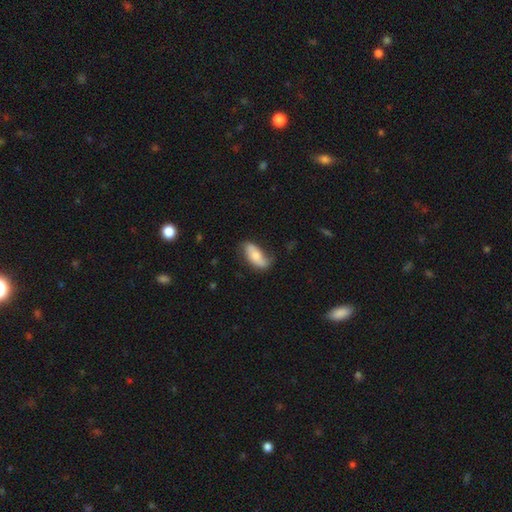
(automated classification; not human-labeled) A smooth galaxy with no disk features (61%) that is in between round and cigar-shaped (84%).

Vote fractions:
- Smooth or featured? smooth: 61% / featured or disk: 33% / star or artifact: 6%
- How rounded? in between: 84% / cigar-shaped: 13% / round: 3%
- Merging? none: 62% / minor disturbance: 28% / major disturbance: 8% / merger: 2%